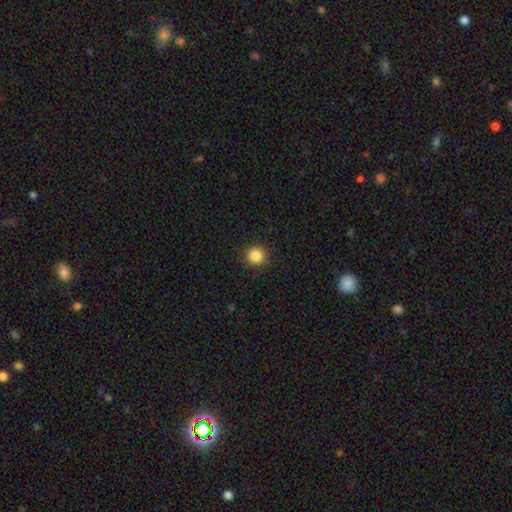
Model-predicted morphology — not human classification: The model was most divided on "smooth or featured": smooth: 86%, star or artifact: 11%, featured or disk: 4%. More confident: how rounded — round (95%); merging — none (92%).